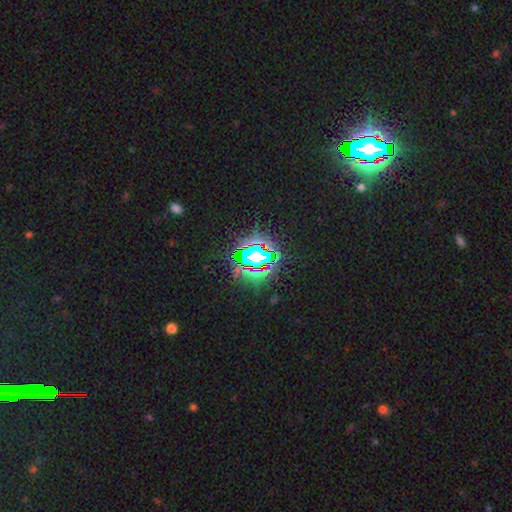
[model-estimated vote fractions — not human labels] star or artifact 83%, smooth 9%, featured or disk 7%.